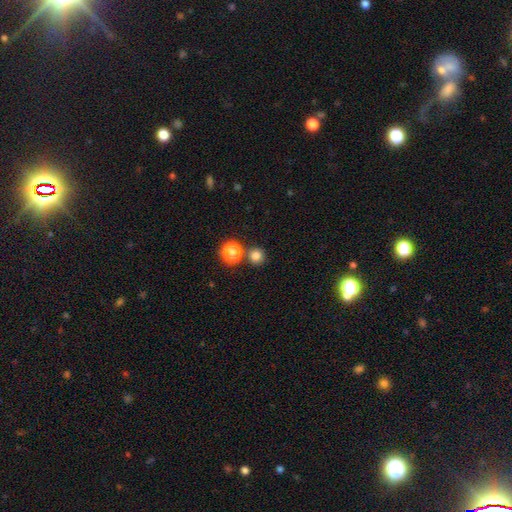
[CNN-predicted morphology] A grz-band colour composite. It shows a smooth galaxy with no disk features (80%) that is round (93%). Merging: none (78%).